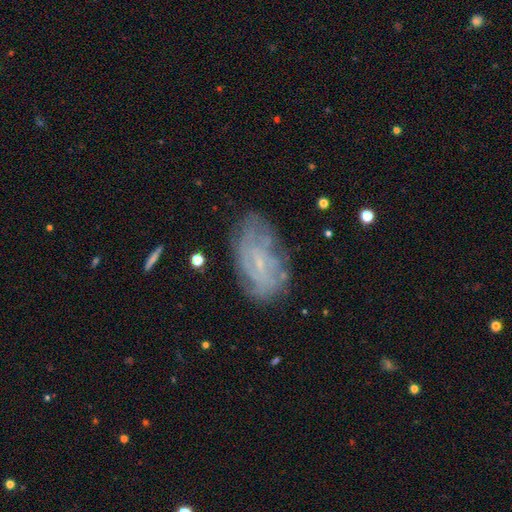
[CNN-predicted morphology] smooth-or-featured: featured or disk: 59% | smooth: 25% | star or artifact: 15%
  disk-edge-on: no: 94% | yes: 6%
    bar: no: 62% | weak: 30% | strong: 7%
    has-spiral-arms: yes: 73% | no: 27%
    bulge-size: small: 76% | none: 12% | moderate: 9% | large: 1% | dominant: 1%
  merging: none: 73% | minor disturbance: 18% | major disturbance: 7% | merger: 2%